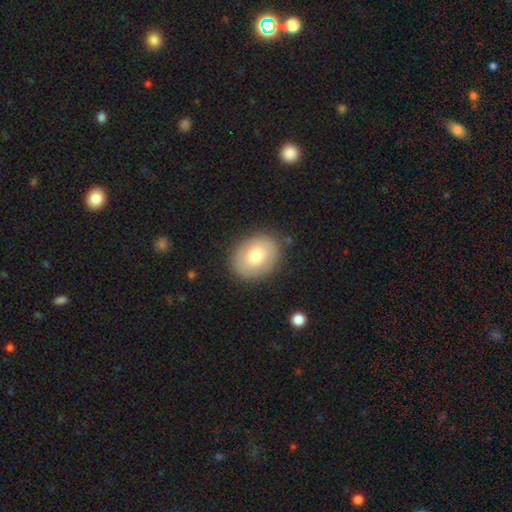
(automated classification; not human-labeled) Smooth or featured?
  - smooth: 71% *
  - featured or disk: 21%
  - star or artifact: 8%
How rounded?
  - in between: 58% *
  - round: 42%
  - cigar-shaped: 1%
Merging?
  - none: 85% *
  - minor disturbance: 10%
  - major disturbance: 3%
  - merger: 1%